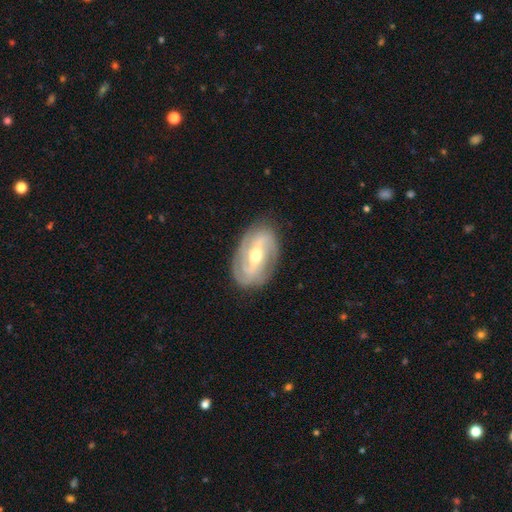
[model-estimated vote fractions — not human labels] Smooth or featured? Predicted: featured or disk (p=0.86). Edge-on disk? Predicted: no (p=0.96). Bar? Predicted: weak (p=0.41). Spiral arms? Predicted: yes (p=0.94). Spiral winding? Predicted: tight (p=0.50). Spiral arm count? Predicted: 2 (p=0.51). Bulge size? Predicted: moderate (p=0.64). Merging? Predicted: none (p=0.81).